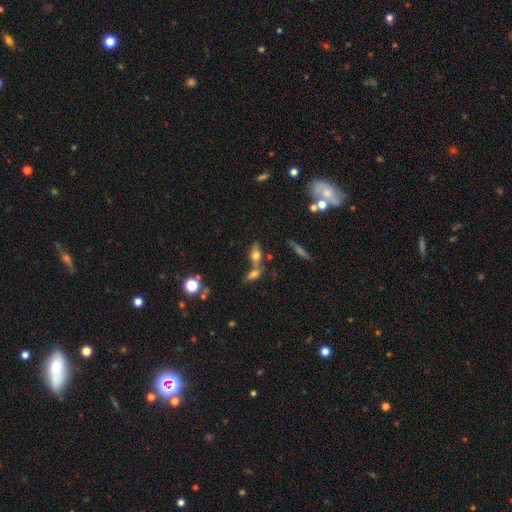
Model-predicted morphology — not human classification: A smooth galaxy with no disk features (60%) that is in between round and cigar-shaped (71%).

Vote fractions:
- Smooth or featured? smooth: 60% / featured or disk: 27% / star or artifact: 14%
- How rounded? in between: 71% / cigar-shaped: 20% / round: 9%
- Merging? none: 42% (tied) / merger: 42% (tied) / minor disturbance: 11% / major disturbance: 6%